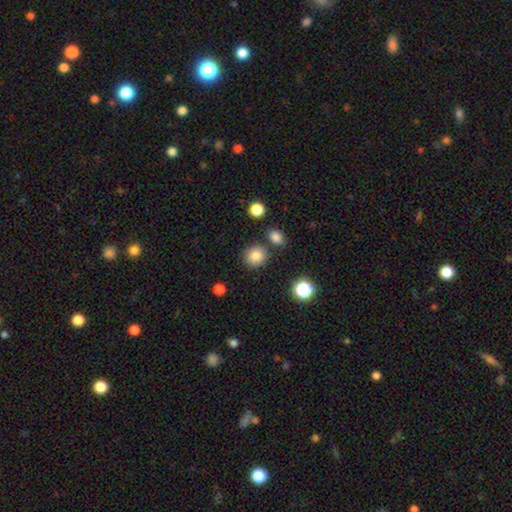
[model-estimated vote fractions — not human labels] Smooth or featured? smooth (84%)
How rounded? round (84%)
Merging? none (80%)